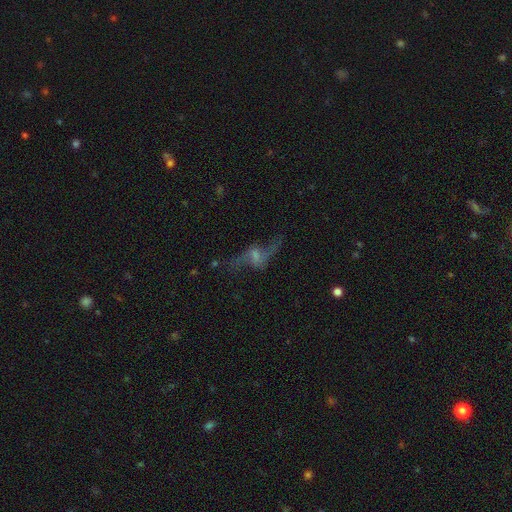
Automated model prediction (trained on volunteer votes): This appears to be a featured or disk galaxy (71%) with no bar (56%), spiral arms (84%) and a small central bulge (42%). Merging: none (60%).